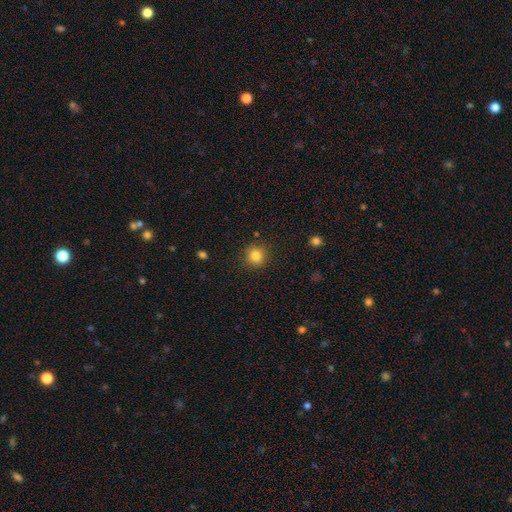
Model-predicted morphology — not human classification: Smooth or featured? Predicted: smooth (p=0.84). How rounded? Predicted: round (p=0.90). Merging? Predicted: none (p=0.89).